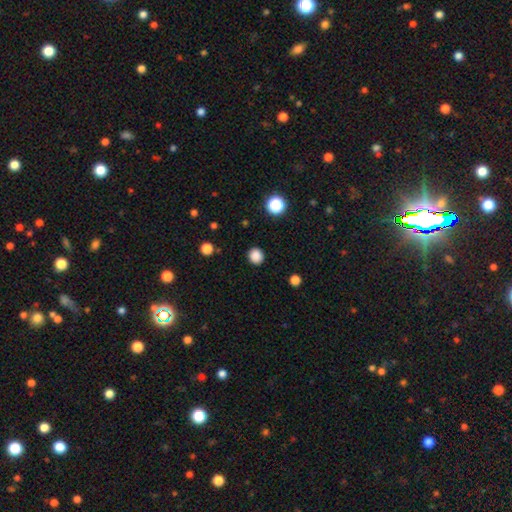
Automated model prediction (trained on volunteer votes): Smooth or featured? smooth (86%)
How rounded? round (88%)
Merging? none (90%)